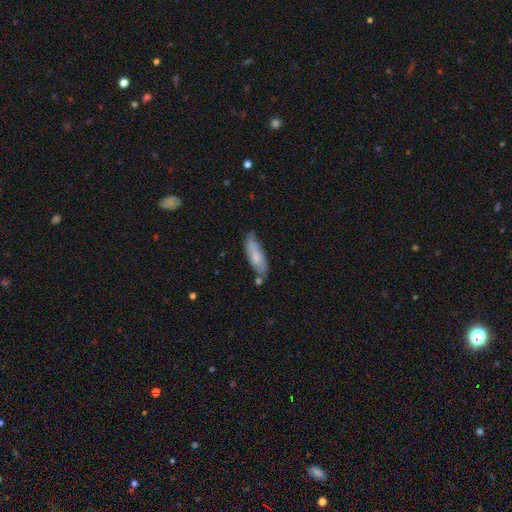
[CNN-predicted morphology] Overall: smooth (65%; featured or disk 28%). How rounded: in between (50%; cigar-shaped 48%). Merging: none (63%; minor disturbance 24%).